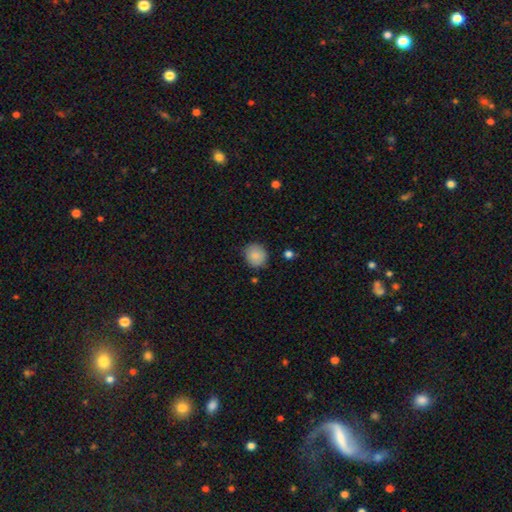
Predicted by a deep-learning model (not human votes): Smooth or featured? Predicted: smooth (p=0.86). How rounded? Predicted: round (p=0.85). Merging? Predicted: none (p=0.83).